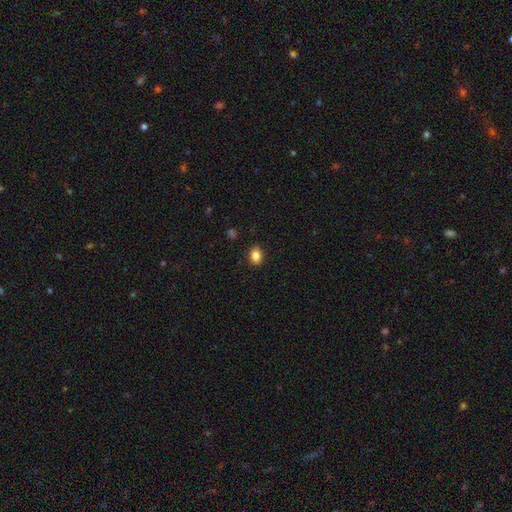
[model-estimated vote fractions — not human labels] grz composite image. It shows a smooth galaxy with no disk features (86%) that is in between round and cigar-shaped (67%). Merging: none (89%).